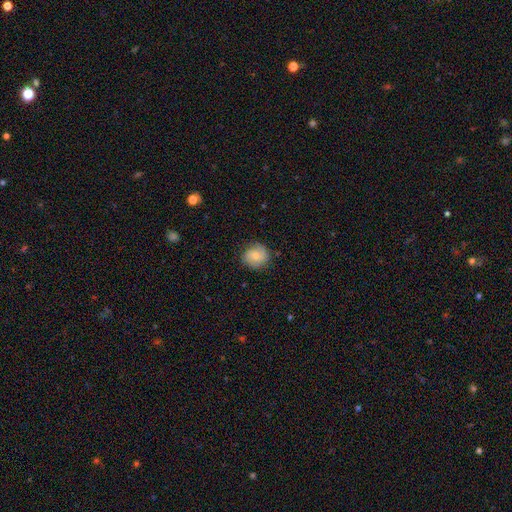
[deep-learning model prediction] This appears to be a smooth galaxy with no disk features (61%) that is round (84%). Merging: none (82%).